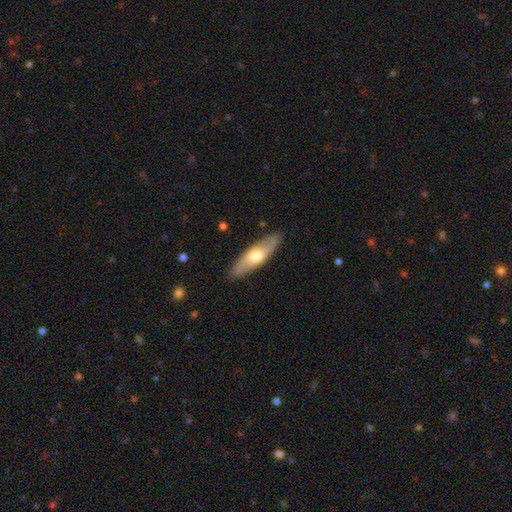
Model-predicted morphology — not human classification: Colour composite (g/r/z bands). It shows a smooth galaxy with no disk features (54%) that is cigar-shaped (50%). Merging: none (87%).